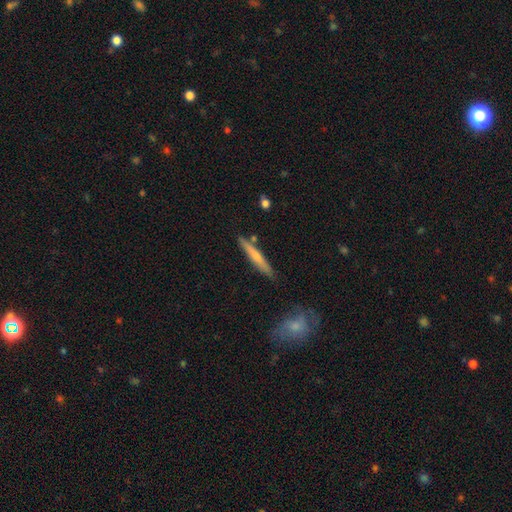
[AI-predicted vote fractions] smooth-or-featured: smooth: 55% | featured or disk: 39% | star or artifact: 6%
  how-rounded: cigar-shaped: 94% | in between: 5% | round: 2%
  merging: none: 84% | minor disturbance: 10% | merger: 4% | major disturbance: 2%